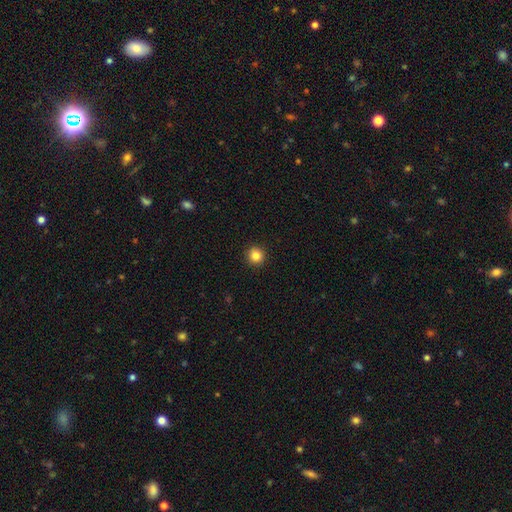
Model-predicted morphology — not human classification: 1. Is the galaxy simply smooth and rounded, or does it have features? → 84% smooth, 11% star or artifact, 5% featured or disk.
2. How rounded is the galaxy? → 94% round, 5% in between, 1% cigar-shaped.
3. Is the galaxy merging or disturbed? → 93% none, 4% minor disturbance, 2% major disturbance, 1% merger.